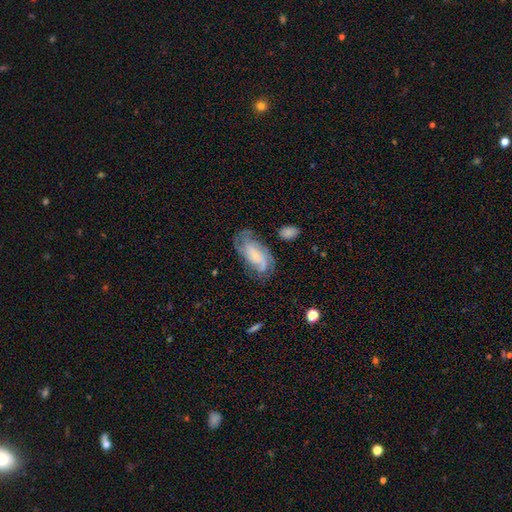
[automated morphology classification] Smooth or featured? featured or disk (75%)
Edge-on disk? no (95%)
Bar? no (61%)
Spiral arms? yes (93%)
Spiral winding? tight (49%)
Spiral arm count? can't tell (32%)
Bulge size? small (72%)
Merging? none (65%)